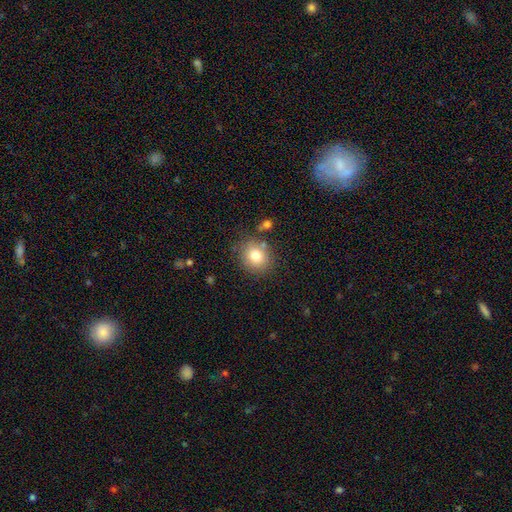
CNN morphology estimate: A smooth galaxy with no disk features (80%) that is round (71%). Merging: none (77%).